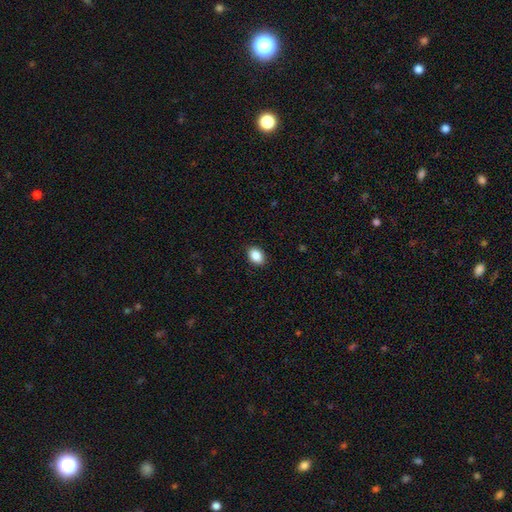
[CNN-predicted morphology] The model was most divided on "how rounded": in between: 80%, round: 19%, cigar-shaped: 1%. More confident: merging — none (90%); smooth or featured — smooth (88%).